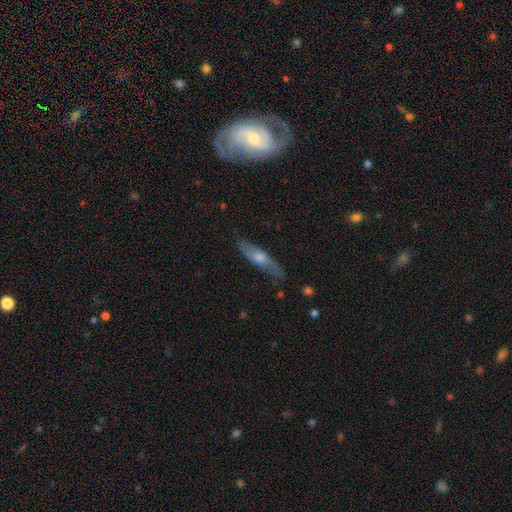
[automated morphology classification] smooth_or_featured: featured or disk (p=0.62) [alt: smooth p=0.30]
disk_edge_on: yes (p=0.63) [alt: no p=0.37]
merging: none (p=0.81) [alt: minor disturbance p=0.14]